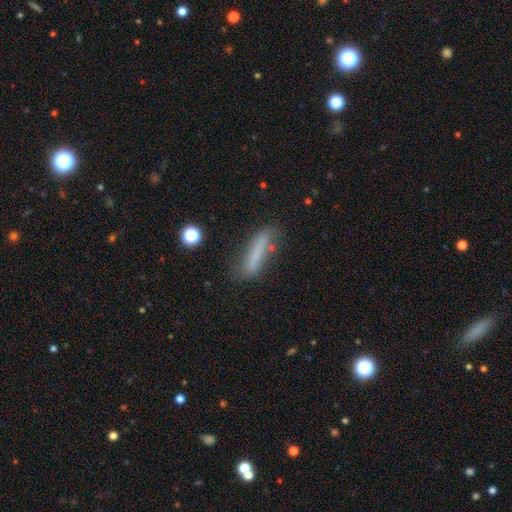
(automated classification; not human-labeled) smooth-or-featured: smooth: 68% | featured or disk: 22% | star or artifact: 10%
  how-rounded: cigar-shaped: 84% | in between: 14% | round: 2%
  merging: none: 68% | minor disturbance: 20% | major disturbance: 8% | merger: 4%